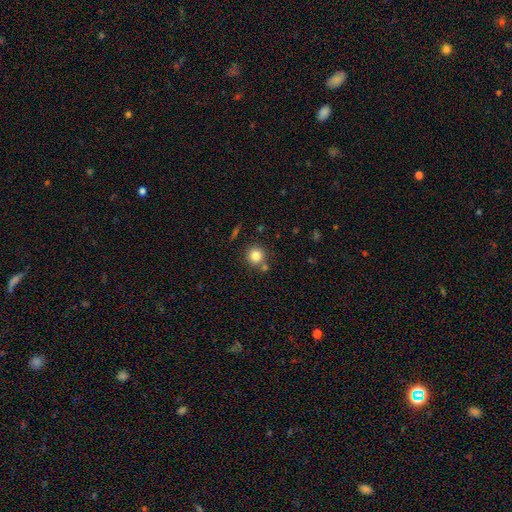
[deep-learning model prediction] smooth 82%, star or artifact 11%, featured or disk 7%. Down the decision tree: how rounded — round (93%); merging — none (77%).